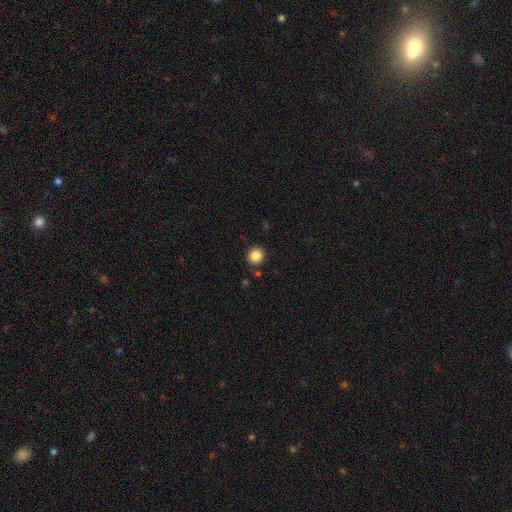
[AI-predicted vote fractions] smooth 86%, star or artifact 10%, featured or disk 4%. Down the decision tree: how rounded — round (90%); merging — none (88%).